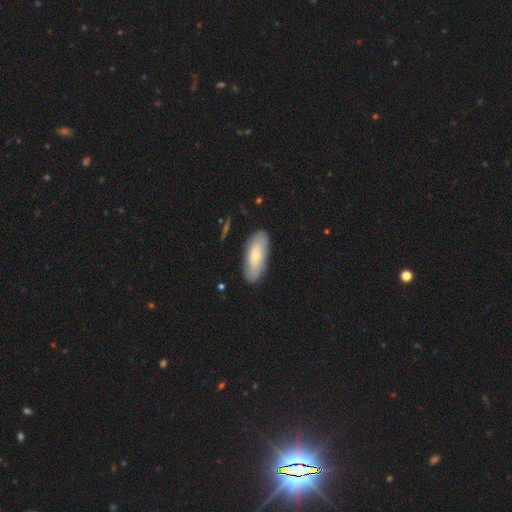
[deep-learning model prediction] A smooth galaxy with no disk features (65%) that is in between round and cigar-shaped (80%).

Vote fractions:
- Smooth or featured? smooth: 65% / featured or disk: 29% / star or artifact: 6%
- How rounded? in between: 80% / cigar-shaped: 17% / round: 3%
- Merging? none: 84% / minor disturbance: 12% / major disturbance: 3% / merger: 2%